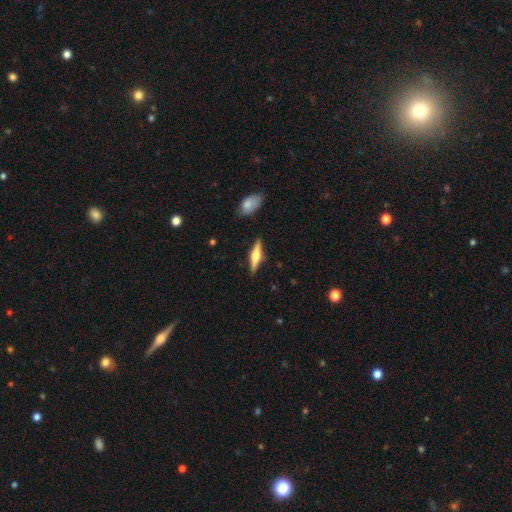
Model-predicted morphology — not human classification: Smooth or featured? featured or disk (61%)
Edge-on disk? yes (96%)
Edge-on bulge? rounded (88%)
Merging? none (88%)